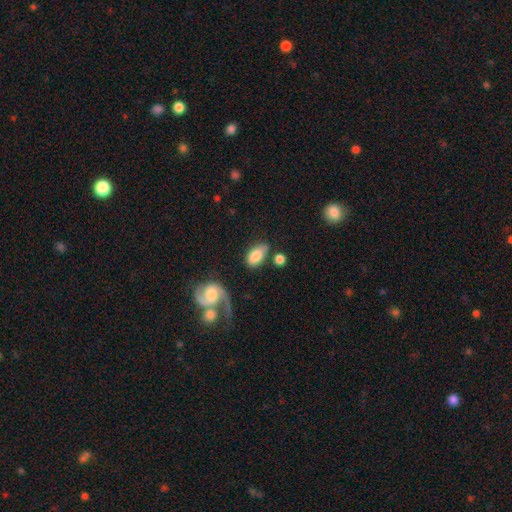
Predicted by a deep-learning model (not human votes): Smooth or featured: smooth — 78% (featured or disk — 16%)
How rounded: in between — 91% (round — 7%)
Merging: none — 56% (minor disturbance — 21%)